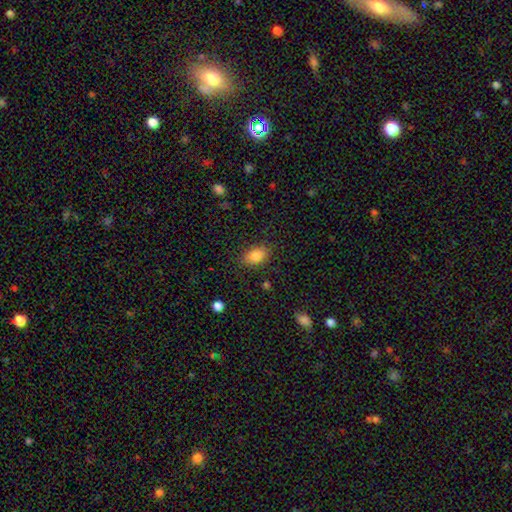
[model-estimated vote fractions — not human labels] Overall: smooth (84%). How rounded: in between (84%). Merging: none (84%).